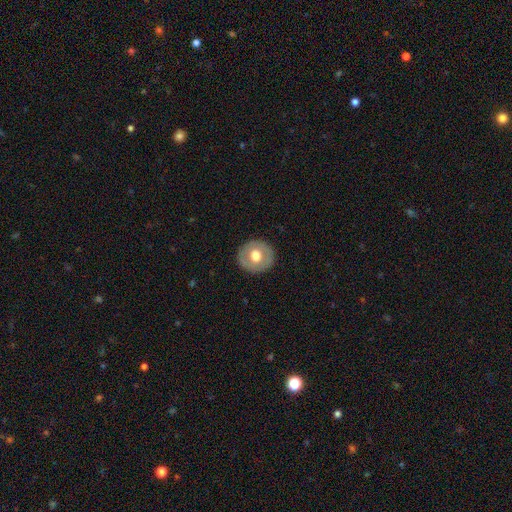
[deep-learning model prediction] A smooth galaxy with no disk features (59%) that is round (88%).

Vote fractions:
- Smooth or featured? smooth: 59% / featured or disk: 35% / star or artifact: 6%
- How rounded? round: 88% / in between: 11% / cigar-shaped: 1%
- Merging? none: 89% / minor disturbance: 8% / major disturbance: 2% / merger: 1%